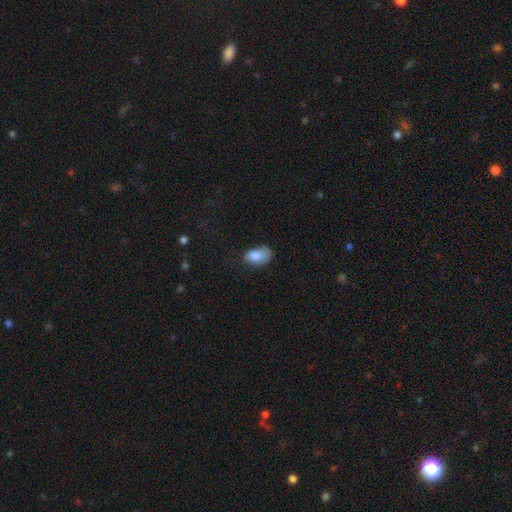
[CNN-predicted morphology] Smooth or featured: smooth — 81% (featured or disk — 10%)
How rounded: in between — 90% (round — 9%)
Merging: minor disturbance — 38% (none — 37%)